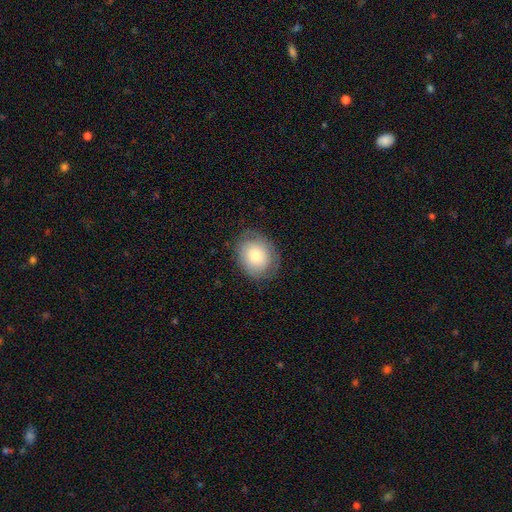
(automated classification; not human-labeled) Smooth or featured? Predicted: smooth (p=0.69). How rounded? Predicted: round (p=0.55). Merging? Predicted: none (p=0.78).